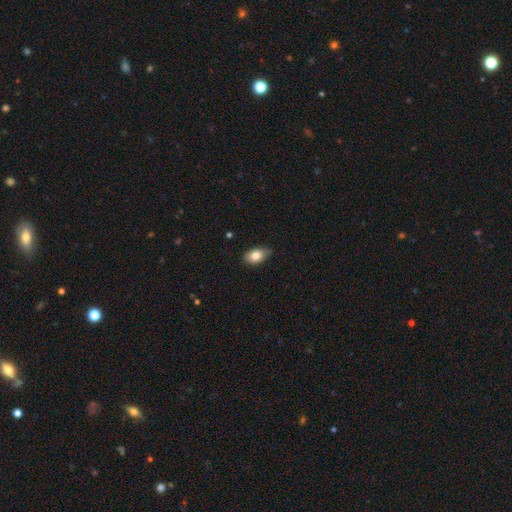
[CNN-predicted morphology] Q: Smooth or featured?
A: smooth (81%); runner-up: featured or disk (11%)
Q: How rounded?
A: in between (89%); runner-up: round (9%)
Q: Merging?
A: none (78%); runner-up: minor disturbance (19%)